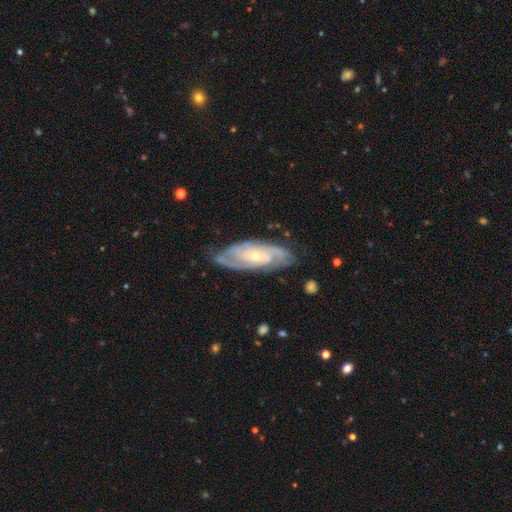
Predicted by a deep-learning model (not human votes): smooth-or-featured: featured or disk: 85% | smooth: 10% | star or artifact: 5%
  disk-edge-on: no: 92% | yes: 8%
    bar: no: 64% | weak: 28% | strong: 8%
    has-spiral-arms: yes: 95% | no: 5%
      spiral-winding: tight: 62% | medium: 31% | loose: 7%
      spiral-arm-count: 2: 46% | can't tell: 25% | 3: 16% | 4: 6% | 1: 3% | more than 4: 3%
    bulge-size: small: 72% | moderate: 24% | none: 2% | large: 1% | dominant: 1%
  merging: none: 75% | minor disturbance: 19% | major disturbance: 5% | merger: 1%